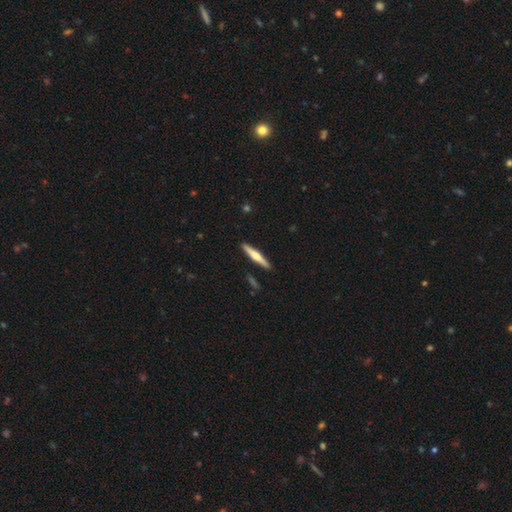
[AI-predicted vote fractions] A featured or disk galaxy (56%) viewed edge-on (97%) with a rounded central bulge (88%).

Vote fractions:
- Smooth or featured? featured or disk: 56% / smooth: 39% / star or artifact: 5%
- Edge-on disk? yes: 97% / no: 3%
- Edge-on bulge? rounded: 88% / none: 6% / boxy: 6%
- Merging? none: 91% / minor disturbance: 6% / merger: 2% / major disturbance: 1%